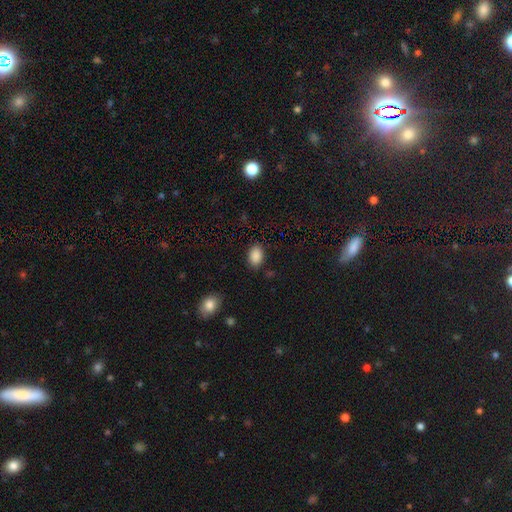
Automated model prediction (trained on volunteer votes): A smooth galaxy with no disk features (88%) that is in between round and cigar-shaped (86%). Merging: none (85%).